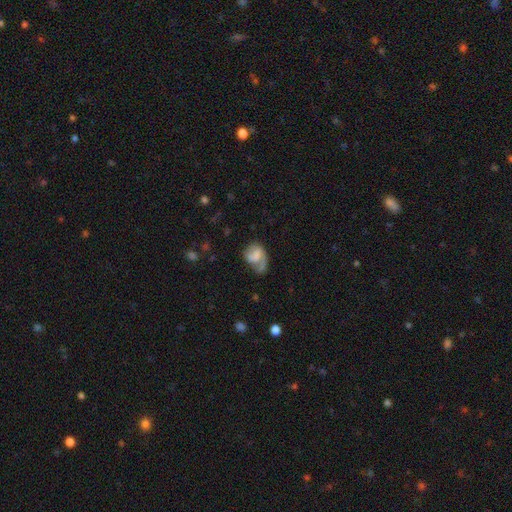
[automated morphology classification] Smooth or featured?
  - featured or disk: 52% *
  - smooth: 40%
  - star or artifact: 8%
Edge-on disk?
  - no: 97% *
  - yes: 3%
Bar?
  - no: 44% *
  - weak: 40%
  - strong: 15%
Spiral arms?
  - yes: 80% *
  - no: 20%
Bulge size?
  - none: 44% *
  - small: 23%
  - moderate: 19%
  - large: 11%
  - dominant: 3%
Merging?
  - none: 36% *
  - major disturbance: 31%
  - minor disturbance: 27%
  - merger: 6%